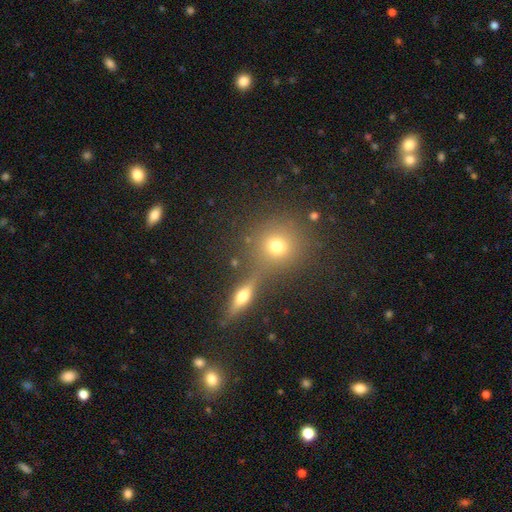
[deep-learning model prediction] This appears to be a smooth galaxy with no disk features (52%) that is round (86%). Merging: none (68%).